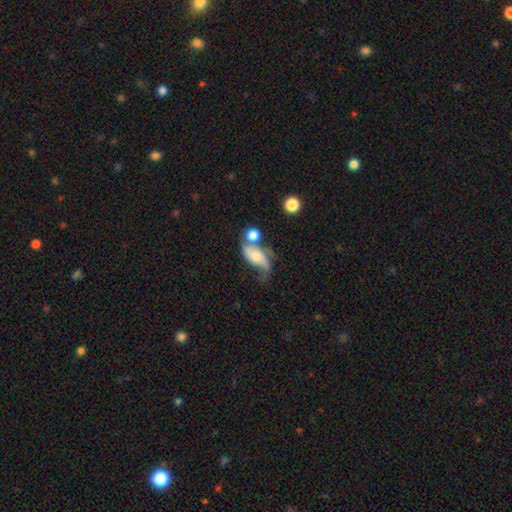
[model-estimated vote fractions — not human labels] smooth_or_featured: featured or disk (p=0.53) [alt: smooth p=0.38]
disk_edge_on: no (p=0.93) [alt: yes p=0.07]
merging: merger (p=0.32) [alt: none p=0.26]